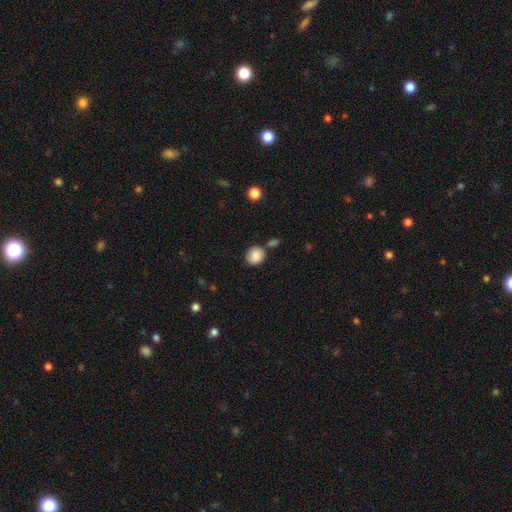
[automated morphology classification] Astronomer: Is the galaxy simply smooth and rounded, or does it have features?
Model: smooth — 87%.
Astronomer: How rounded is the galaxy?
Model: round — 85%.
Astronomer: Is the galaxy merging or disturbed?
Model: none — 75%.